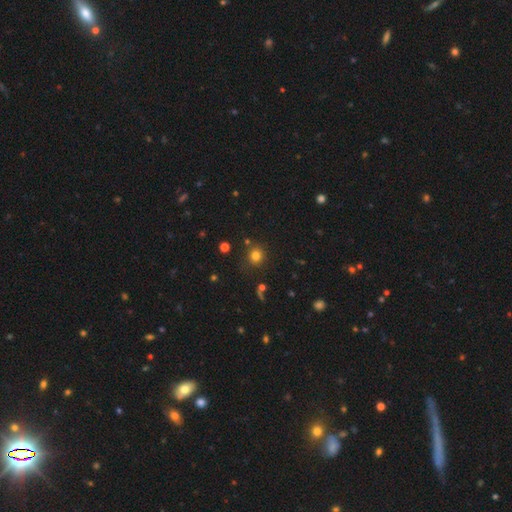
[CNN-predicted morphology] This appears to be a smooth galaxy with no disk features (77%) that is round (88%). Merging: none (83%).